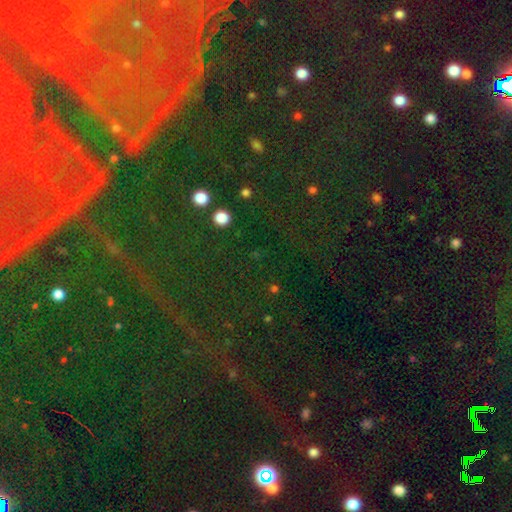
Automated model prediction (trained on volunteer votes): This appears to be a star or artifact, not a galaxy (74%).